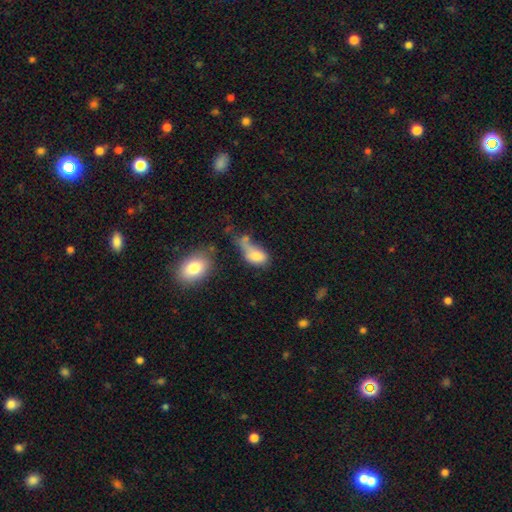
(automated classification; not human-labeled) This appears to be a smooth galaxy with no disk features (73%) that is in between round and cigar-shaped (82%). Merging: merger (31%).